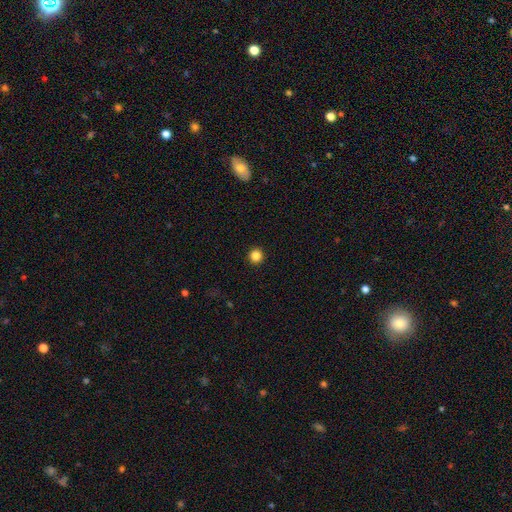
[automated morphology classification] A smooth galaxy with no disk features (85%) that is round (95%). Merging: none (94%).